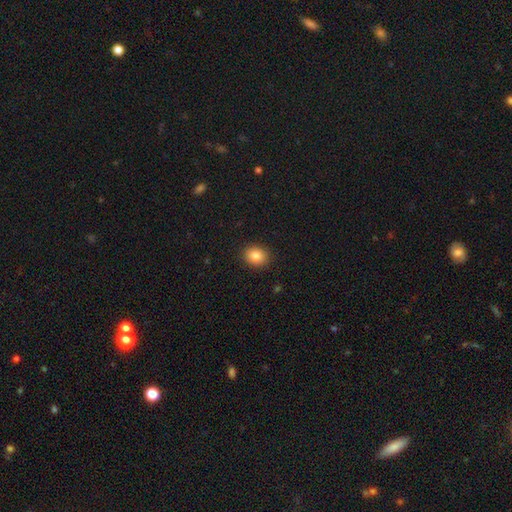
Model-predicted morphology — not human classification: A smooth galaxy with no disk features (84%) that is round (63%). Merging: none (90%).